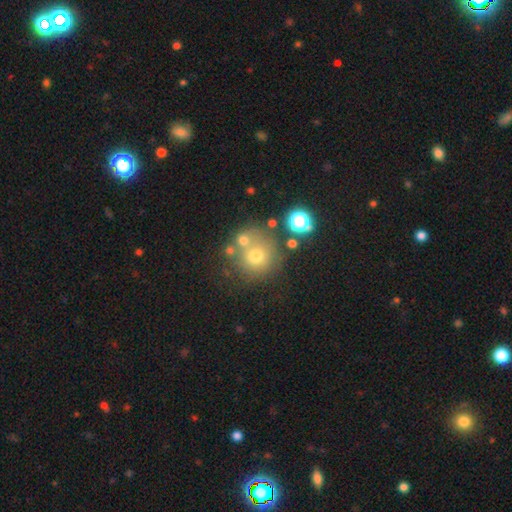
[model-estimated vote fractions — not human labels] The model was most divided on "merging": none: 61%, merger: 22%, minor disturbance: 11%, major disturbance: 6%. More confident: how rounded — round (91%); smooth or featured — smooth (65%).